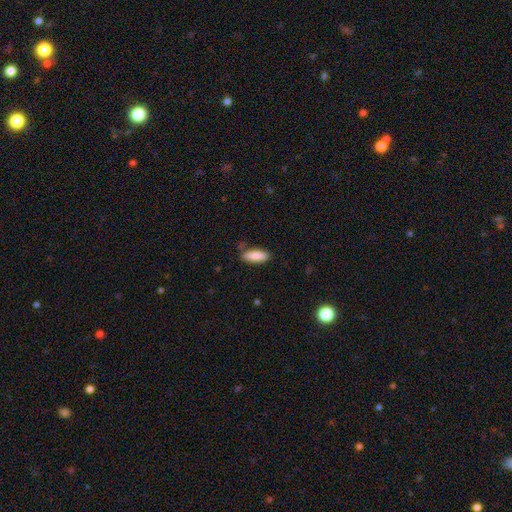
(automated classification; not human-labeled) Smooth or featured? Predicted: smooth (p=0.86). How rounded? Predicted: in between (p=0.71). Merging? Predicted: none (p=0.76).